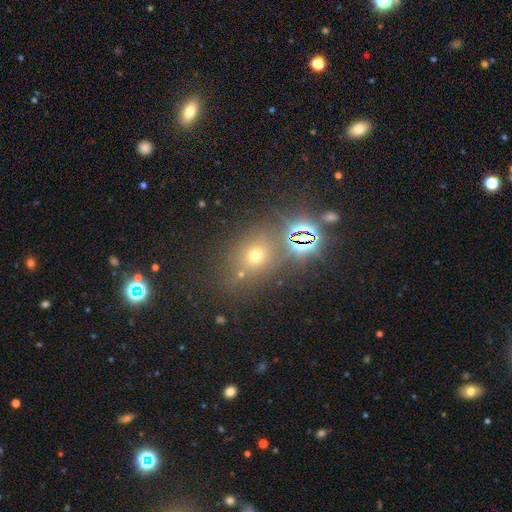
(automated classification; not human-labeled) A smooth galaxy with no disk features (50%) that is round (60%). Merging: none (71%).